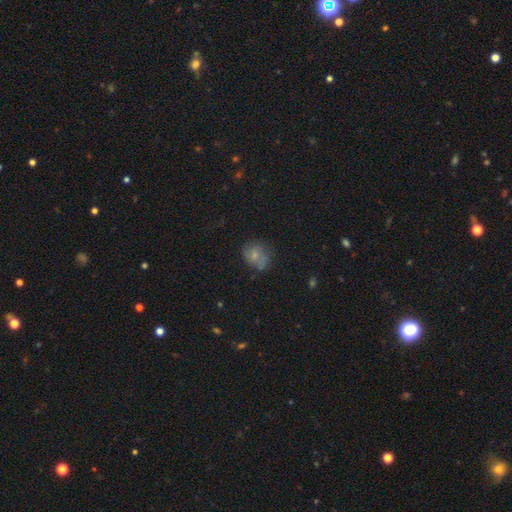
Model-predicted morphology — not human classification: The model was most divided on "how rounded": round: 55%, in between: 44%, cigar-shaped: 1%. More confident: smooth or featured — smooth (59%); merging — none (55%).